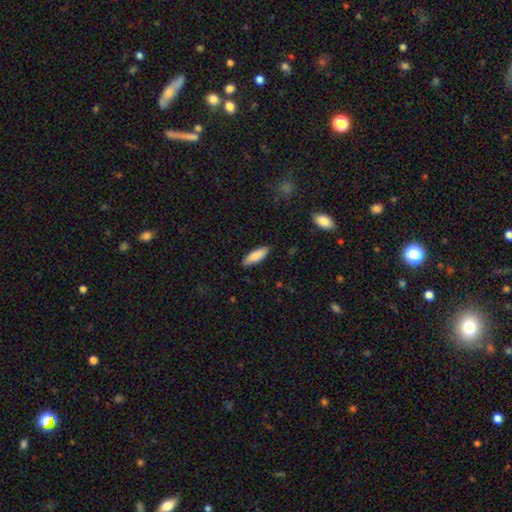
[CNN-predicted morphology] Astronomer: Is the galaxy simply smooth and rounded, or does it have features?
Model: smooth — 86%.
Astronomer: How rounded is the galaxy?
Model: in between — 60% (runner-up: cigar-shaped, 39%).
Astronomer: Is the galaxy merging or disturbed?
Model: none — 88%.